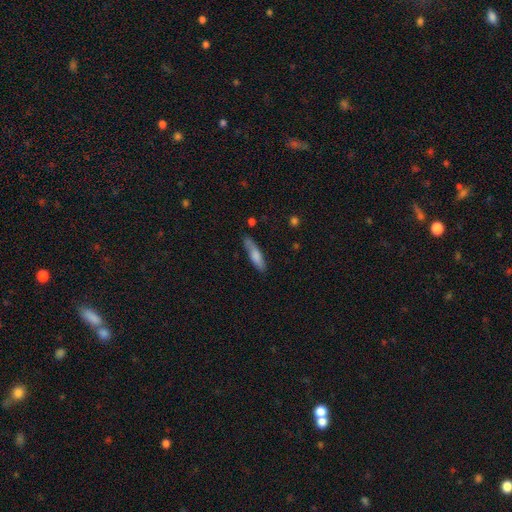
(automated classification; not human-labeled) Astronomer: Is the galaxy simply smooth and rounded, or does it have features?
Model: smooth — 71%.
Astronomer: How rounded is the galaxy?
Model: cigar-shaped — 78%.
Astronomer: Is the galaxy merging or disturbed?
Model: none — 73%.